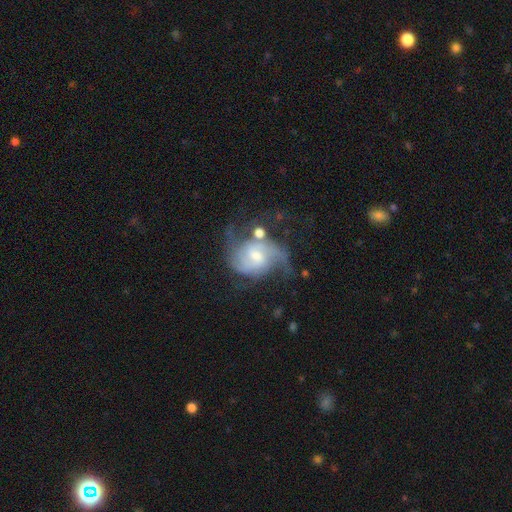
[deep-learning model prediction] Smooth or featured? Predicted: featured or disk (p=0.83). Edge-on disk? Predicted: no (p=0.98). Bar? Predicted: weak (p=0.49). Spiral arms? Predicted: yes (p=0.95). Spiral winding? Predicted: medium (p=0.47). Spiral arm count? Predicted: 2 (p=0.67). Bulge size? Predicted: moderate (p=0.48). Merging? Predicted: none (p=0.47).